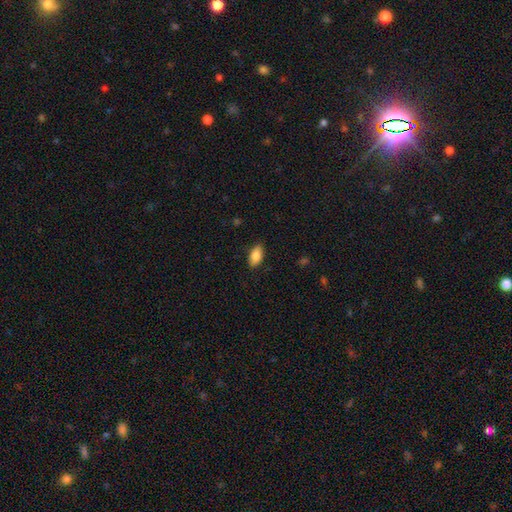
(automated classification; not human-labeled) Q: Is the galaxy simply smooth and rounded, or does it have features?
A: smooth — 85%.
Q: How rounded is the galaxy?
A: in between — 92%.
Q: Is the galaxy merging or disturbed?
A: none — 87%.